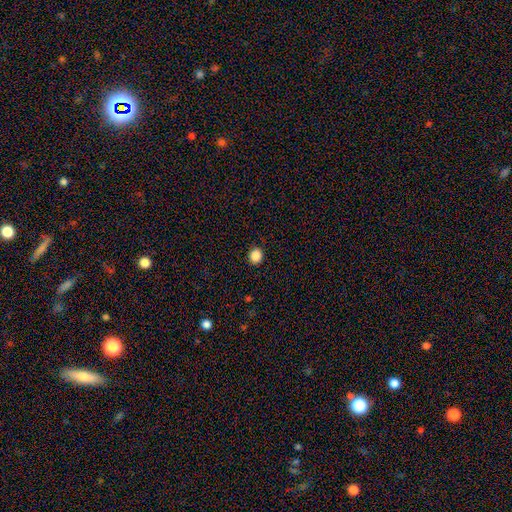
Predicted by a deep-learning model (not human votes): Smooth or featured: smooth — 87% (star or artifact — 10%)
How rounded: round — 83% (in between — 16%)
Merging: none — 92% (minor disturbance — 6%)